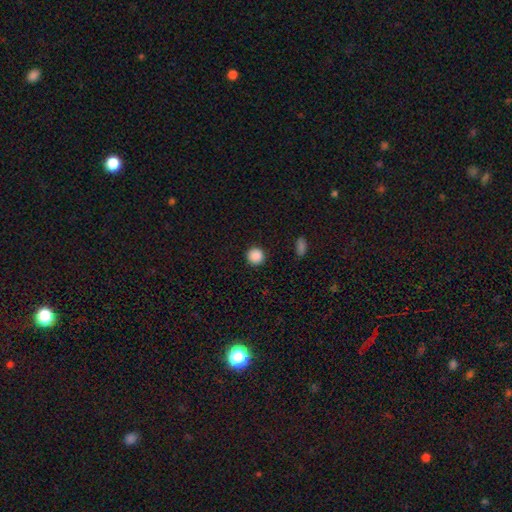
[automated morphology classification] Q: Smooth or featured?
A: smooth (88%); runner-up: star or artifact (9%)
Q: How rounded?
A: round (94%); runner-up: in between (5%)
Q: Merging?
A: none (92%); runner-up: minor disturbance (5%)